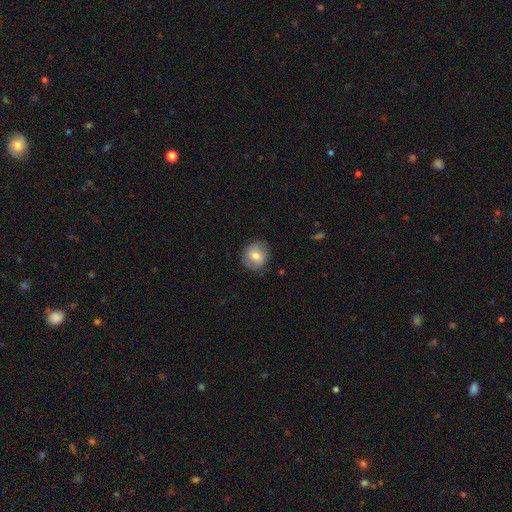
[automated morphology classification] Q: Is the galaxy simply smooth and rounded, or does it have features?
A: smooth — 67%.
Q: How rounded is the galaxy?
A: round — 84%.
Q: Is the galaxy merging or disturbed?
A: none — 82%.